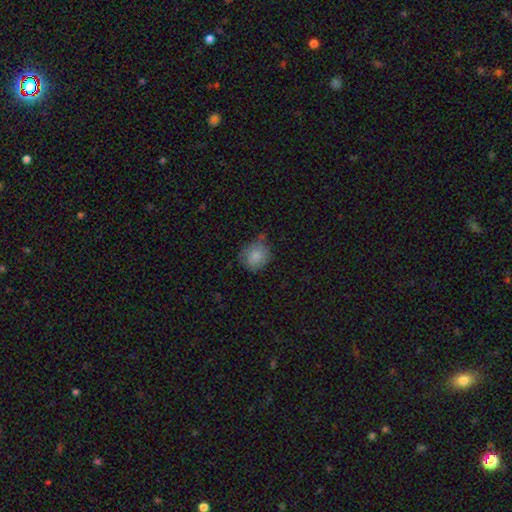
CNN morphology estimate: type=smooth (82%); roundness=round (72%); merging=none (54%).